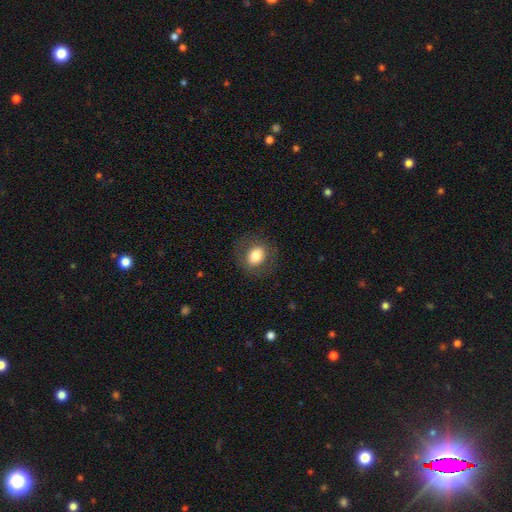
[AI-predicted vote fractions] Q: Smooth or featured?
A: smooth (75%); runner-up: featured or disk (16%)
Q: How rounded?
A: round (61%); runner-up: in between (39%)
Q: Merging?
A: none (83%); runner-up: minor disturbance (11%)